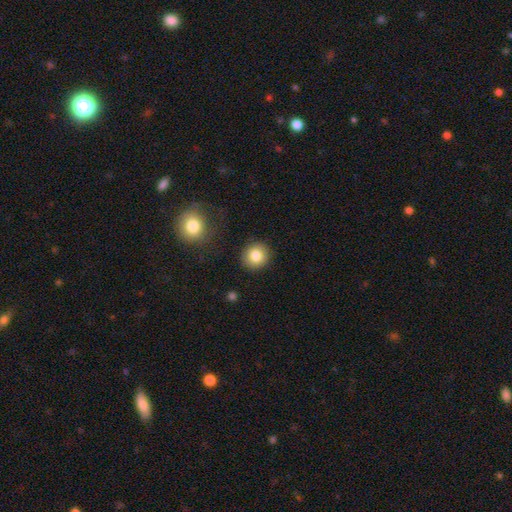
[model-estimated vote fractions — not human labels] A smooth galaxy with no disk features (83%) that is round (90%). Merging: none (90%).